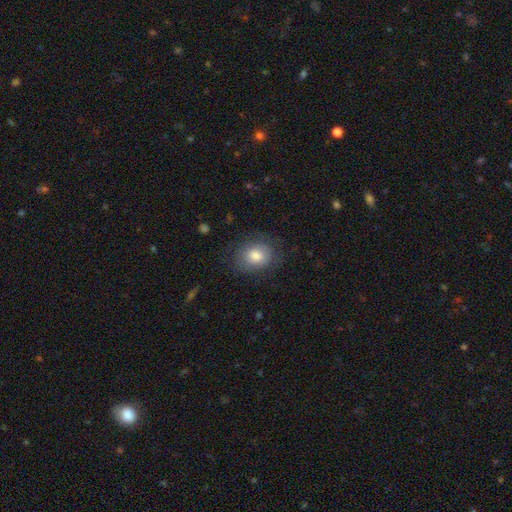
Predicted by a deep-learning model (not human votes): Overall: smooth (78%). How rounded: in between (51%; round 48%). Merging: none (75%).